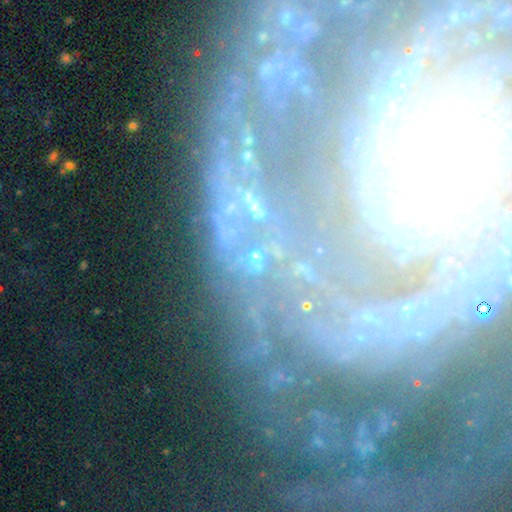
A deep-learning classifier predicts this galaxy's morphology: Smooth or featured? Predicted: star or artifact (p=0.46).